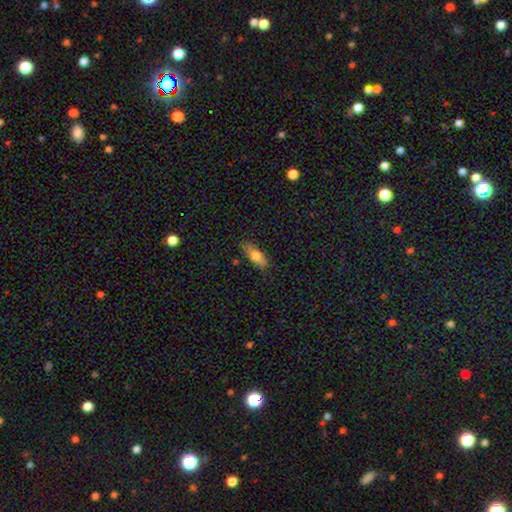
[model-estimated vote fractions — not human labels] Smooth or featured: smooth — 71% (featured or disk — 22%)
How rounded: in between — 68% (cigar-shaped — 29%)
Merging: none — 82% (minor disturbance — 13%)